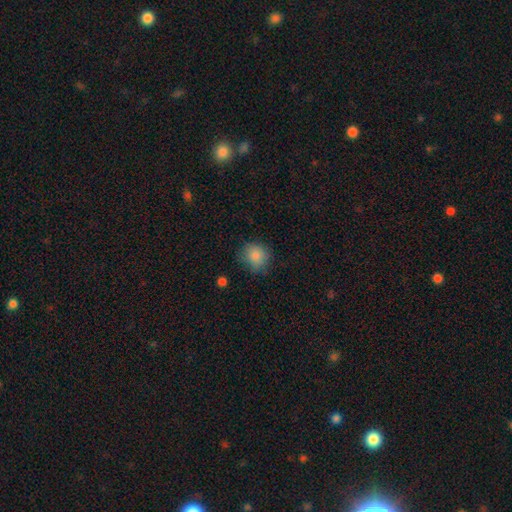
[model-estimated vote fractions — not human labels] A smooth galaxy with no disk features (85%) that is round (81%). Merging: none (75%).